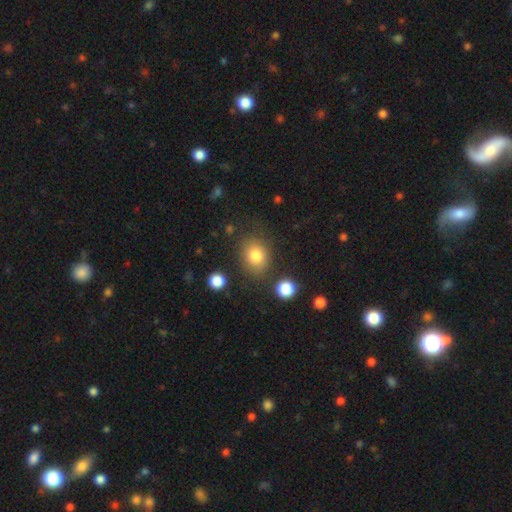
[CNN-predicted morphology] Overall: smooth (82%). How rounded: round (54%; in between 45%). Merging: none (76%).